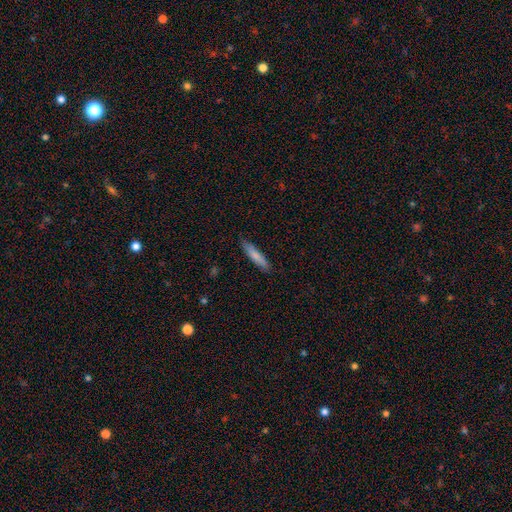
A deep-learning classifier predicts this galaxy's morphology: Q: Smooth or featured?
A: smooth (78%); runner-up: featured or disk (16%)
Q: How rounded?
A: cigar-shaped (84%); runner-up: in between (15%)
Q: Merging?
A: none (88%); runner-up: minor disturbance (10%)